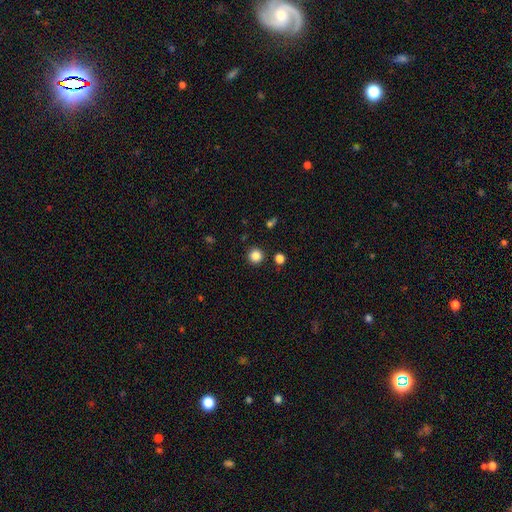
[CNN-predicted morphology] Smooth or featured?
  - smooth: 85% *
  - star or artifact: 12%
  - featured or disk: 3%
How rounded?
  - round: 95% *
  - in between: 4%
  - cigar-shaped: 1%
Merging?
  - none: 90% *
  - minor disturbance: 5%
  - merger: 2%
  - major disturbance: 2%